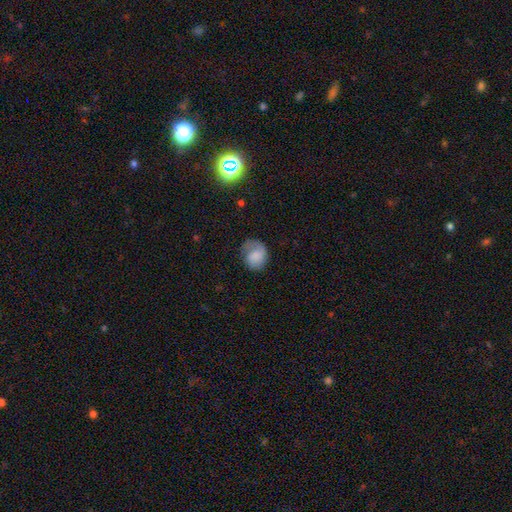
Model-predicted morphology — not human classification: smooth-or-featured: smooth: 66% | featured or disk: 25% | star or artifact: 8%
  how-rounded: round: 58% | in between: 41% | cigar-shaped: 1%
  merging: none: 47% | minor disturbance: 29% | major disturbance: 22% | merger: 2%